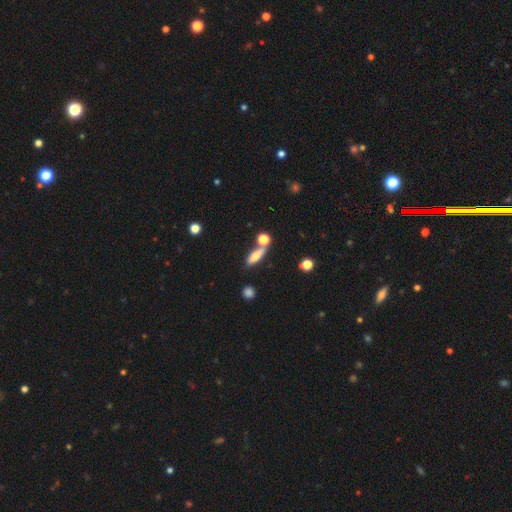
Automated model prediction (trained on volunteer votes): Q: Smooth or featured?
A: smooth (64%); runner-up: featured or disk (27%)
Q: How rounded?
A: cigar-shaped (54%); runner-up: in between (40%)
Q: Merging?
A: none (60%); runner-up: merger (23%)